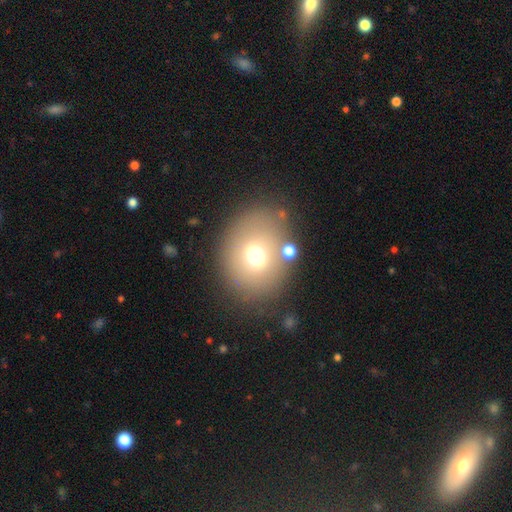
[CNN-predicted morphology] Smooth or featured? smooth (66%)
How rounded? round (64%)
Merging? none (75%)